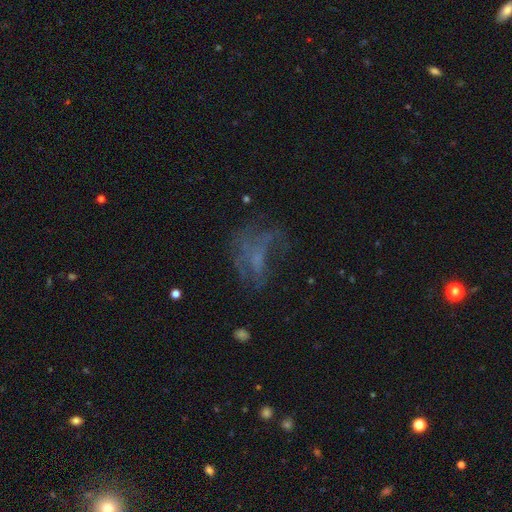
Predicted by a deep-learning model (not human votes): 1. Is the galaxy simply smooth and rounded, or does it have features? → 46% featured or disk, 27% smooth, 26% star or artifact.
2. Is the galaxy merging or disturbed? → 41% none, 37% major disturbance, 18% minor disturbance, 3% merger.